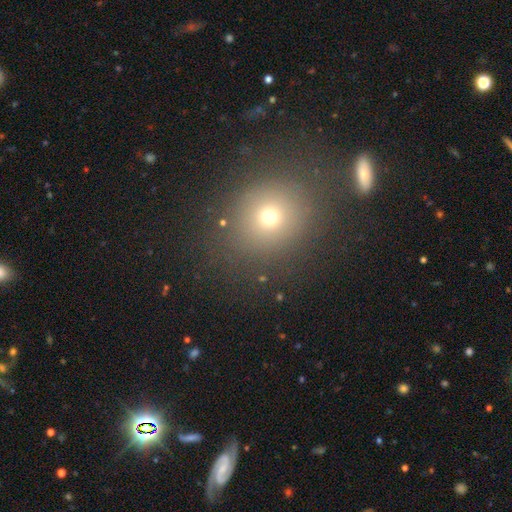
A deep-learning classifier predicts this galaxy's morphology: type=smooth (60%); roundness=round (80%); merging=none (85%).